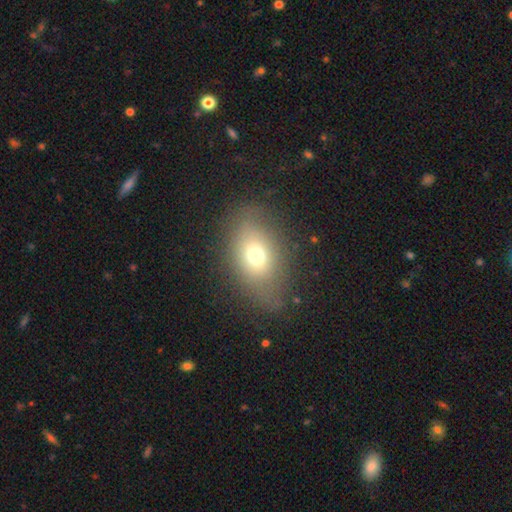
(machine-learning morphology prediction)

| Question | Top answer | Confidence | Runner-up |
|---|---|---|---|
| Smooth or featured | smooth | 68% | featured or disk (19%) |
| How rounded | in between | 76% | round (22%) |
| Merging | none | 72% | minor disturbance (18%) |